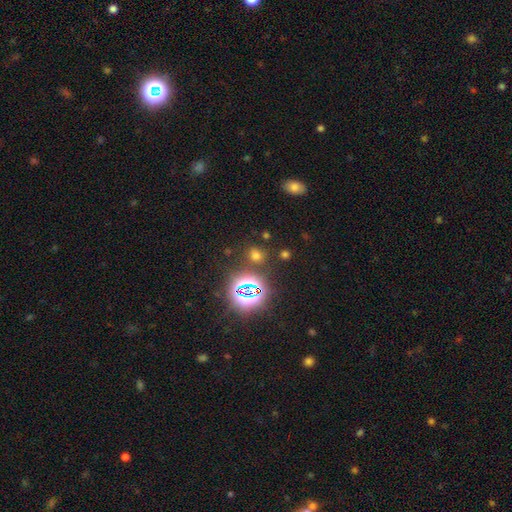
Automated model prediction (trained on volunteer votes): smooth-or-featured: smooth: 55% | star or artifact: 39% | featured or disk: 6%
  how-rounded: round: 70% | in between: 28% | cigar-shaped: 2%
  merging: none: 82% | minor disturbance: 9% | merger: 4% | major disturbance: 4%